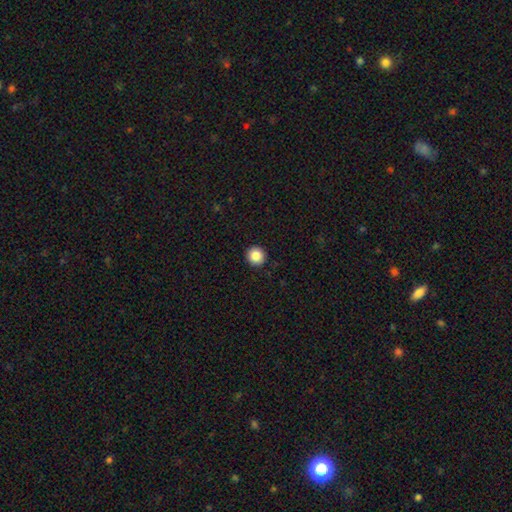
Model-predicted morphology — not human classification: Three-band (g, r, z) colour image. It shows a smooth galaxy with no disk features (86%) that is round (95%). Merging: none (93%).